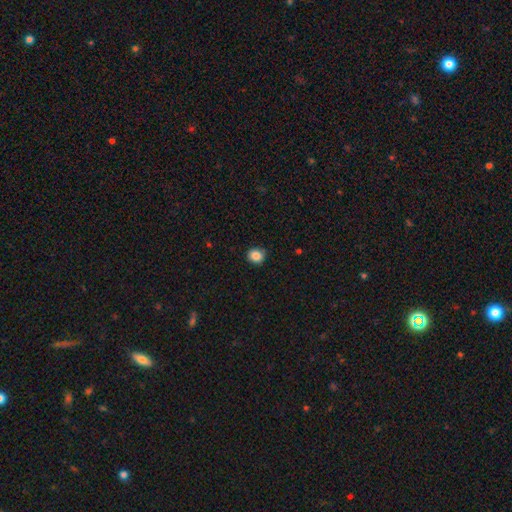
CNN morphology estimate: smooth 86%, star or artifact 10%, featured or disk 4%. Down the decision tree: how rounded — round (82%); merging — none (85%).